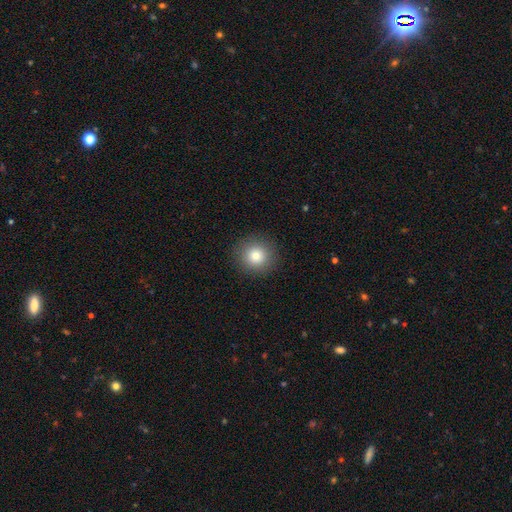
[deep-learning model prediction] smooth 80%, star or artifact 11%, featured or disk 9%. Down the decision tree: how rounded — round (93%); merging — none (91%).